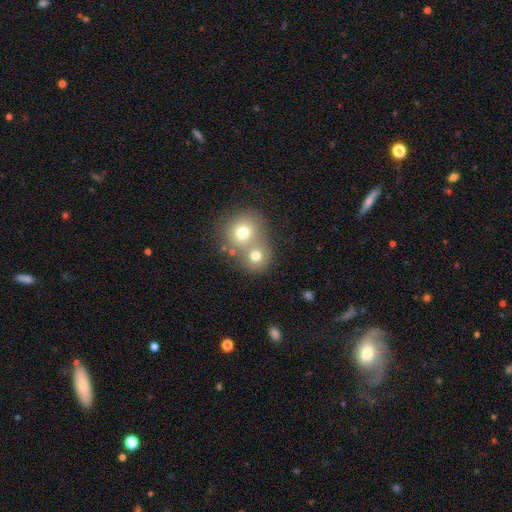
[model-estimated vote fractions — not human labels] Smooth or featured?
  - smooth: 73% *
  - featured or disk: 16%
  - star or artifact: 11%
How rounded?
  - round: 80% *
  - in between: 19%
  - cigar-shaped: 1%
Merging?
  - merger: 58% *
  - none: 33%
  - minor disturbance: 6%
  - major disturbance: 3%